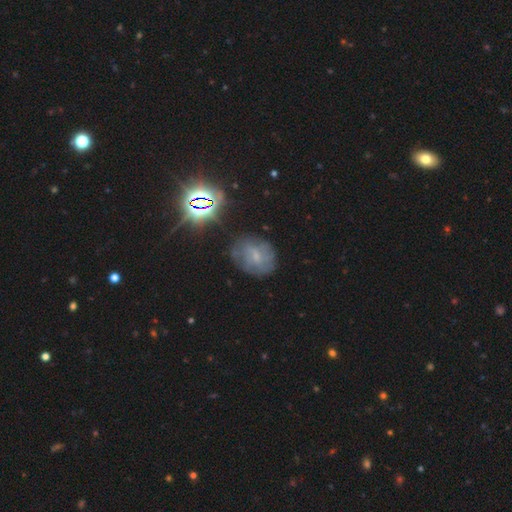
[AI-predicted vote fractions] Smooth or featured?
  - featured or disk: 44% *
  - smooth: 33%
  - star or artifact: 23%
Merging?
  - none: 67% *
  - minor disturbance: 21%
  - major disturbance: 10%
  - merger: 3%